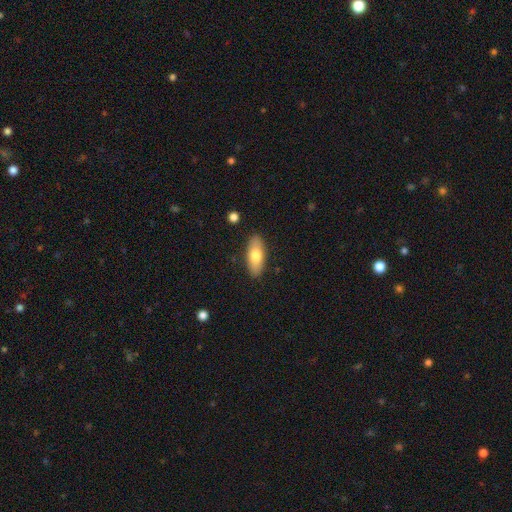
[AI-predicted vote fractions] A smooth galaxy with no disk features (73%) that is in between round and cigar-shaped (80%). Merging: none (88%).